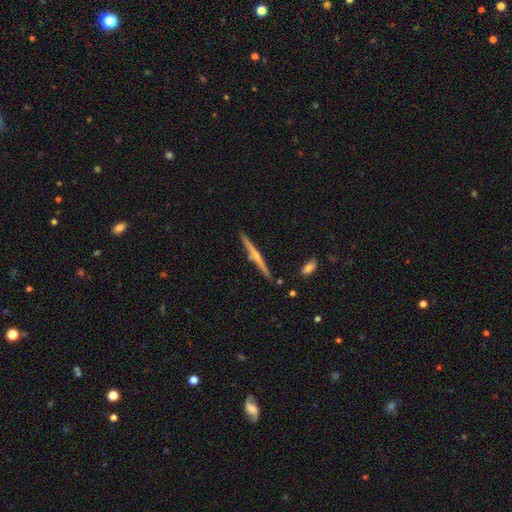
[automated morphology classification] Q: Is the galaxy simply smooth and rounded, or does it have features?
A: featured or disk — 65%.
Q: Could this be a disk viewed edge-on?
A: yes — 98%.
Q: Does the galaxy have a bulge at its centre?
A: rounded — 59%.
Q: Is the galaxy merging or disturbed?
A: none — 88%.